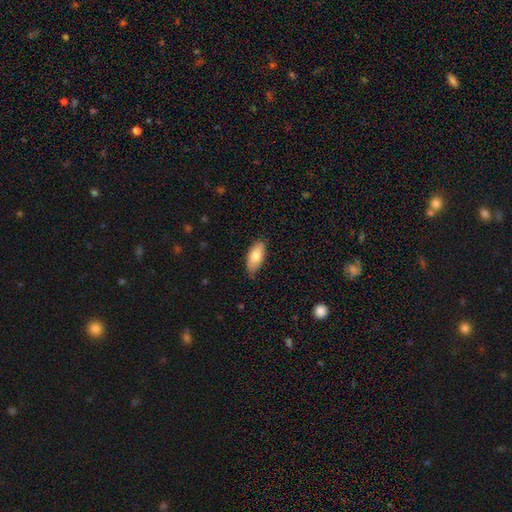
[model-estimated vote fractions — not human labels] A smooth galaxy with no disk features (79%) that is in between round and cigar-shaped (87%).

Vote fractions:
- Smooth or featured? smooth: 79% / featured or disk: 15% / star or artifact: 6%
- How rounded? in between: 87% / cigar-shaped: 11% / round: 3%
- Merging? none: 73% / minor disturbance: 23% / major disturbance: 3% / merger: 1%